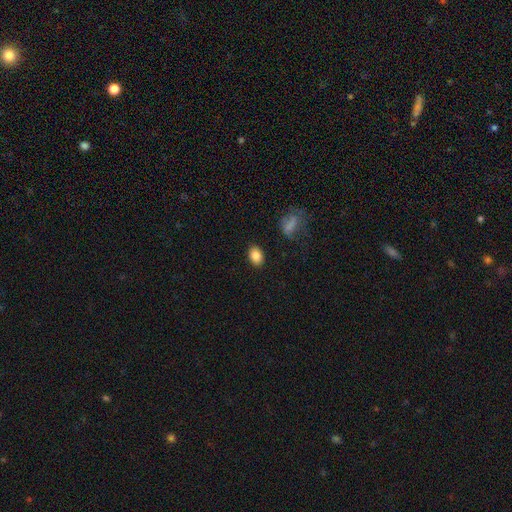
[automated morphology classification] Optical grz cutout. It shows a smooth galaxy with no disk features (85%) that is in between round and cigar-shaped (76%). Merging: none (87%).